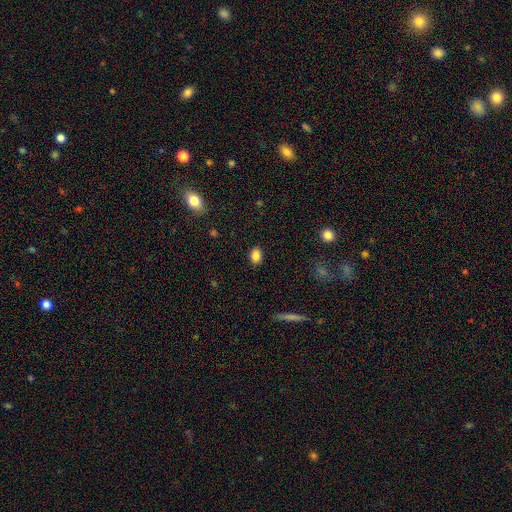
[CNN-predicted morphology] The model was most divided on "how rounded": in between: 69%, round: 30%, cigar-shaped: 1%. More confident: merging — none (88%); smooth or featured — smooth (86%).